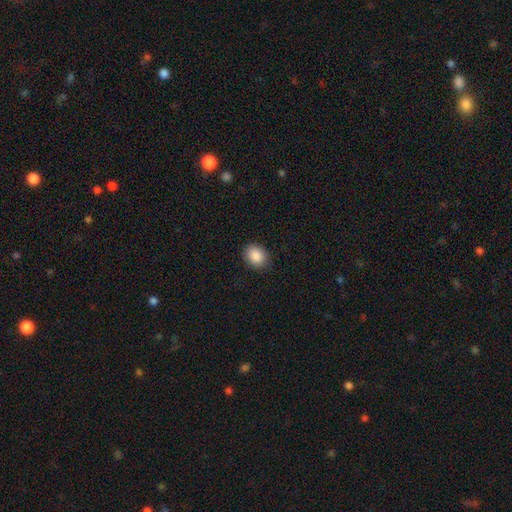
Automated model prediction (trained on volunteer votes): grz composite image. It shows a smooth galaxy with no disk features (88%) that is round (50%). Merging: none (87%).